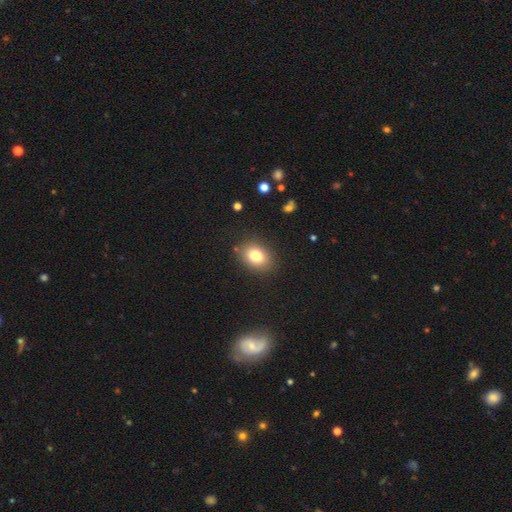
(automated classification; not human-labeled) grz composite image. It shows a smooth galaxy with no disk features (80%) that is in between round and cigar-shaped (70%). Merging: none (85%).